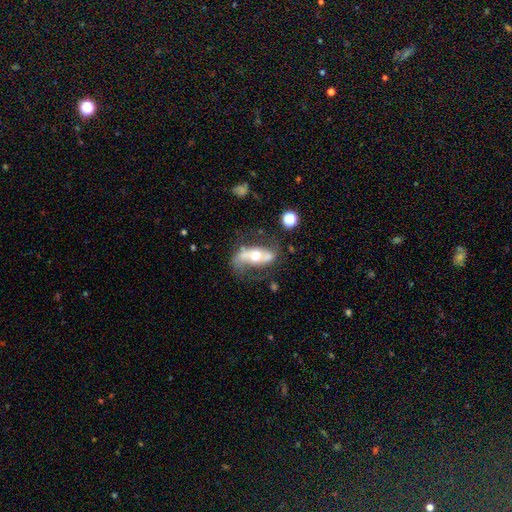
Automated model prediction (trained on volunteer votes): Smooth or featured: featured or disk — 70% (smooth — 23%)
Edge-on disk: no — 87% (yes — 13%)
Bar: no — 46% (strong — 29%)
Spiral arms: yes — 75% (no — 25%)
Bulge size: moderate — 71% (large — 14%)
Merging: none — 51% (minor disturbance — 24%)